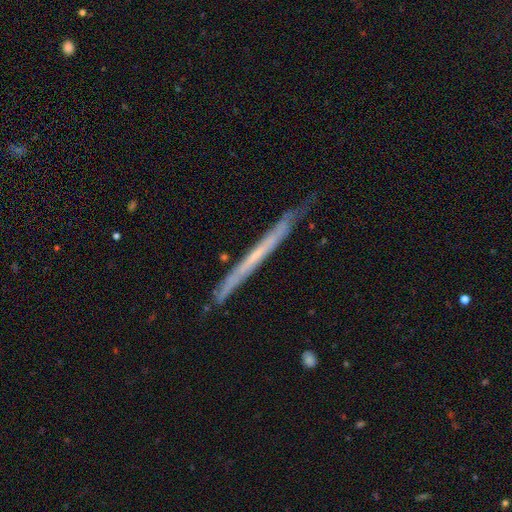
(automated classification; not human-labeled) smooth_or_featured: featured or disk (p=0.63) [alt: smooth p=0.30]
disk_edge_on: yes (p=0.95) [alt: no p=0.05]
edge_on_bulge: none (p=0.87) [alt: rounded p=0.10]
merging: none (p=0.81) [alt: minor disturbance p=0.16]